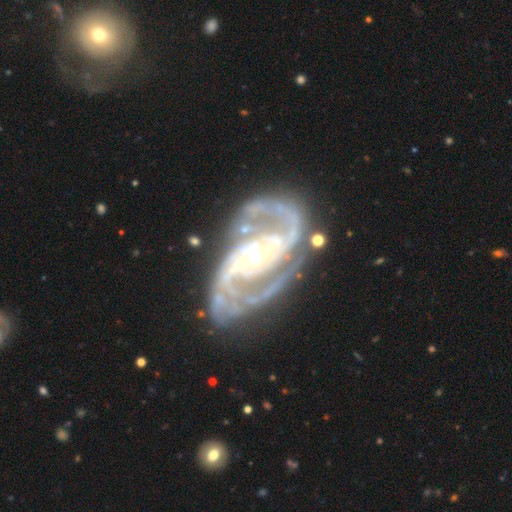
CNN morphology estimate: Smooth or featured? Predicted: featured or disk (p=0.93). Edge-on disk? Predicted: no (p=0.97). Bar? Predicted: weak (p=0.38). Spiral arms? Predicted: yes (p=0.98). Spiral winding? Predicted: medium (p=0.54). Spiral arm count? Predicted: 2 (p=0.75). Bulge size? Predicted: moderate (p=0.48). Merging? Predicted: none (p=0.71).